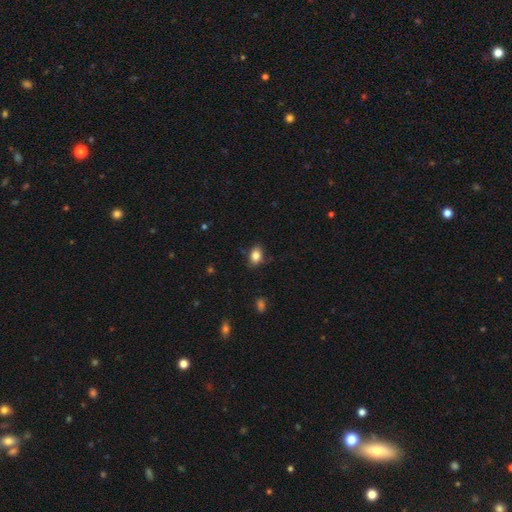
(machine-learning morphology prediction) Q: Smooth or featured?
A: smooth (85%); runner-up: star or artifact (9%)
Q: How rounded?
A: in between (79%); runner-up: round (19%)
Q: Merging?
A: none (79%); runner-up: minor disturbance (16%)